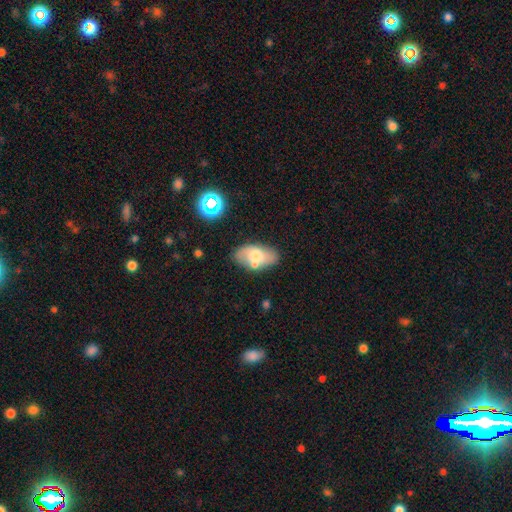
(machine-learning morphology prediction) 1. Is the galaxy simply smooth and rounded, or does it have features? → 61% smooth, 31% featured or disk, 9% star or artifact.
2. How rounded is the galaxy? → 92% in between, 6% round, 2% cigar-shaped.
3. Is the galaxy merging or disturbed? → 64% none, 17% minor disturbance, 14% merger, 4% major disturbance.